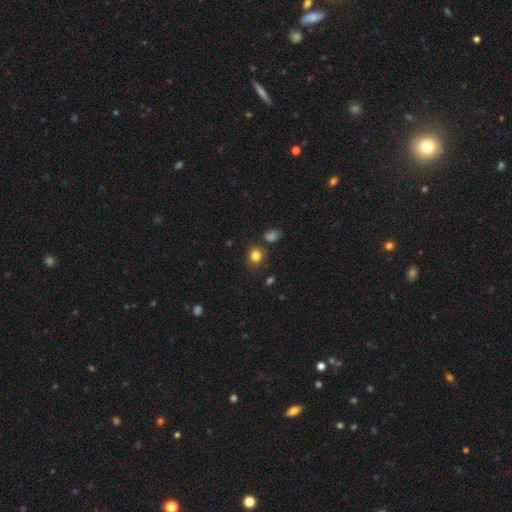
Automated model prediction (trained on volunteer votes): This appears to be a smooth galaxy with no disk features (82%) that is round (75%). Merging: none (80%).